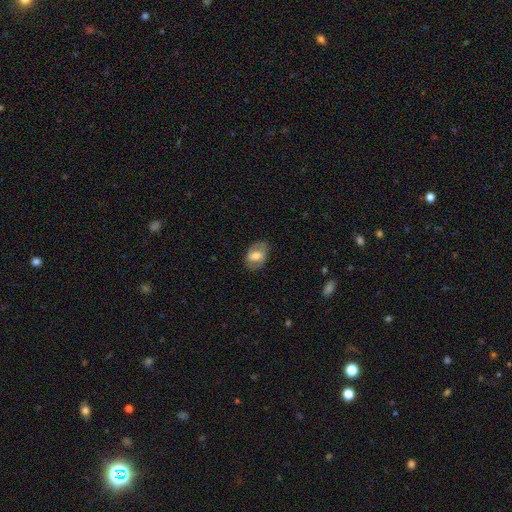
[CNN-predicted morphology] Smooth or featured? Predicted: featured or disk (p=0.47). Merging? Predicted: none (p=0.77).